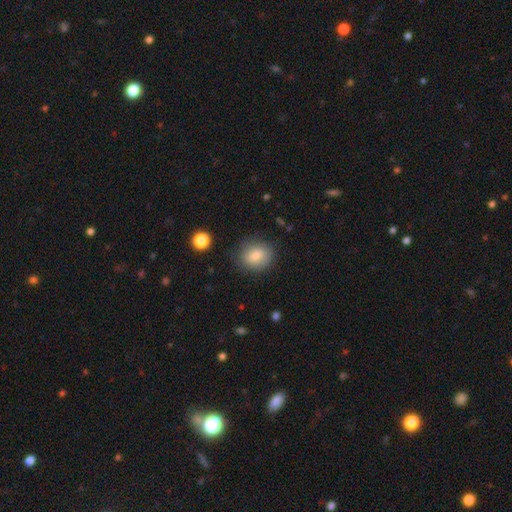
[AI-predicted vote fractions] smooth_or_featured: smooth (p=0.82) [alt: featured or disk p=0.10]
how_rounded: round (p=0.64) [alt: in between p=0.35]
merging: none (p=0.81) [alt: minor disturbance p=0.13]